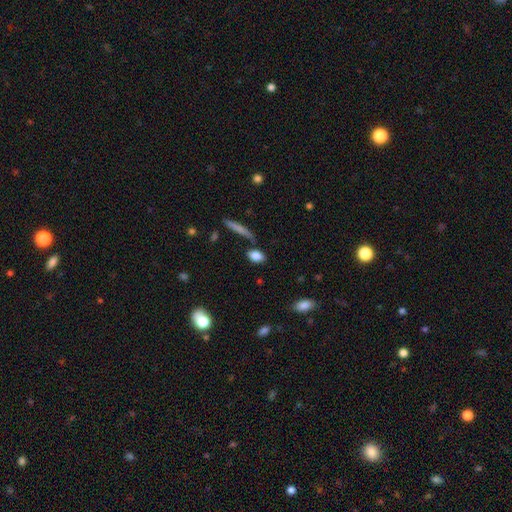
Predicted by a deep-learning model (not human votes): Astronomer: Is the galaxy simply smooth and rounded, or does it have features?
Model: smooth — 83%.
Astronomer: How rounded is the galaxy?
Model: in between — 82%.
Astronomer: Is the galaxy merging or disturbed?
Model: none — 71%.